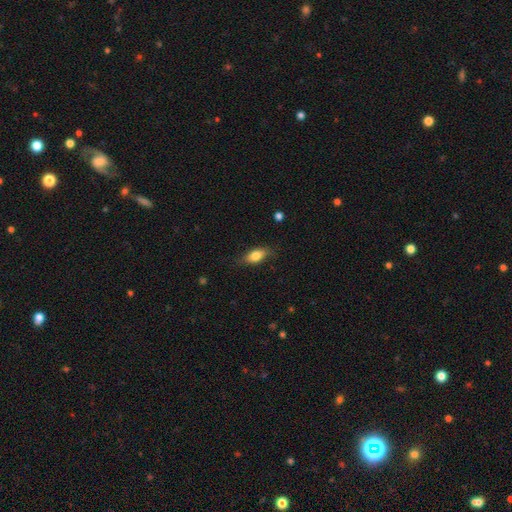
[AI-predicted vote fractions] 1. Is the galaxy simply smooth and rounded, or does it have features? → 78% smooth, 15% featured or disk, 7% star or artifact.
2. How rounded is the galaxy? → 83% in between, 12% cigar-shaped, 6% round.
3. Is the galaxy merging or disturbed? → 77% none, 18% minor disturbance, 4% major disturbance, 1% merger.